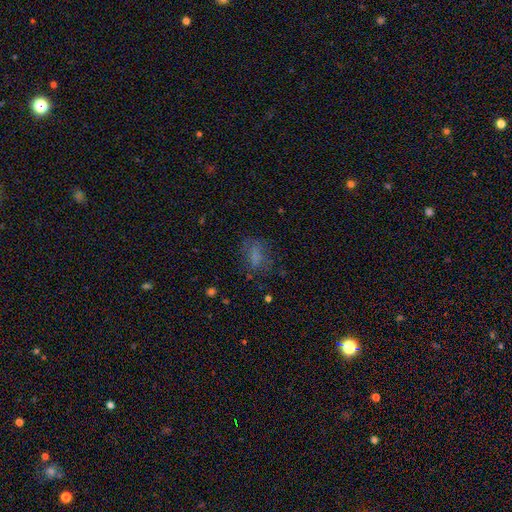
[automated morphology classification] Smooth or featured: smooth — 62% (featured or disk — 20%)
How rounded: in between — 74% (round — 17%)
Merging: none — 57% (minor disturbance — 21%)